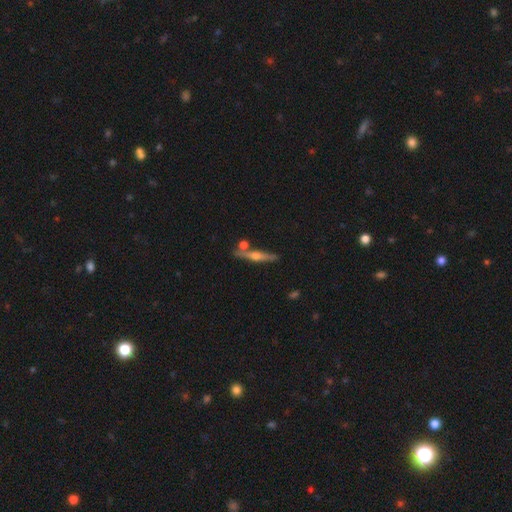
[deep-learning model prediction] Morphology: type=featured or disk (66%); edge-on=yes (96%); edge-on bulge=rounded (88%); merging=none (79%).